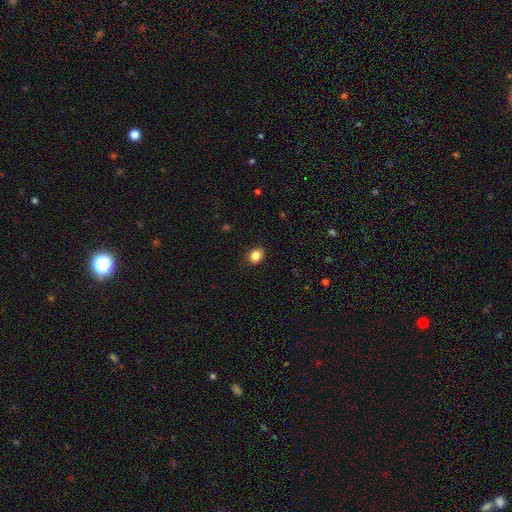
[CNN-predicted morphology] A smooth galaxy with no disk features (85%) that is round (50%).

Vote fractions:
- Smooth or featured? smooth: 85% / star or artifact: 10% / featured or disk: 5%
- How rounded? round: 50% / in between: 49% / cigar-shaped: 1%
- Merging? none: 90% / minor disturbance: 7% / major disturbance: 2% / merger: 1%